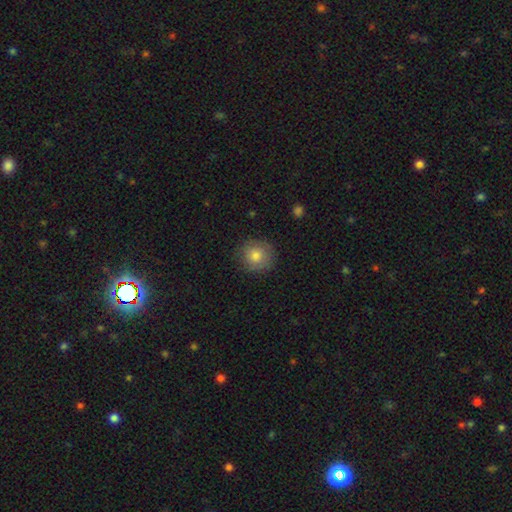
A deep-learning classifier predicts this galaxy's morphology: smooth_or_featured: smooth (p=0.79) [alt: featured or disk p=0.12]
how_rounded: round (p=0.91) [alt: in between p=0.08]
merging: none (p=0.84) [alt: minor disturbance p=0.11]